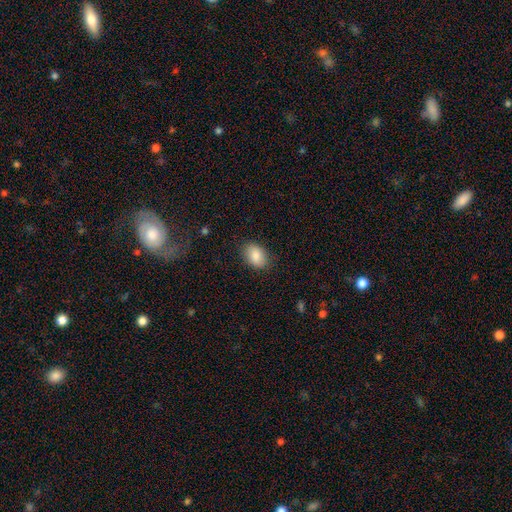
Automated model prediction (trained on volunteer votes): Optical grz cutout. It shows a smooth galaxy with no disk features (85%) that is in between round and cigar-shaped (80%). Merging: none (84%).